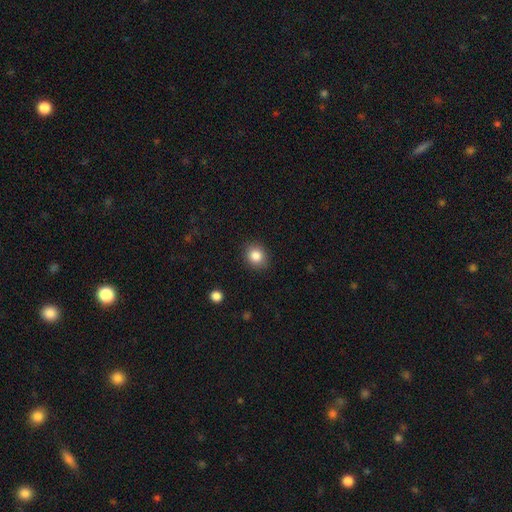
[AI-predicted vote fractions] The model was most divided on "how rounded": round: 69%, in between: 30%, cigar-shaped: 1%. More confident: merging — none (88%); smooth or featured — smooth (85%).